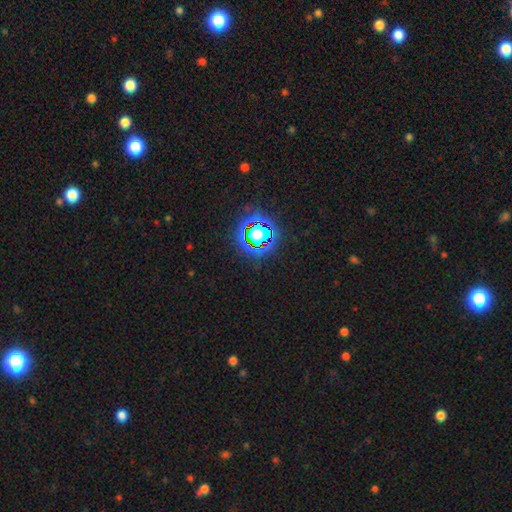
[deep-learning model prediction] smooth_or_featured: star or artifact (p=0.81) [alt: smooth p=0.12]